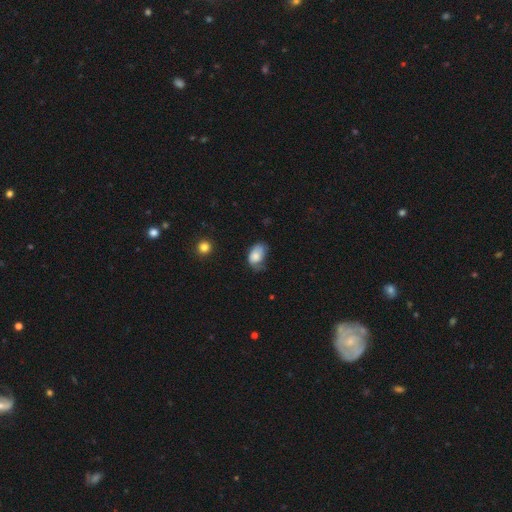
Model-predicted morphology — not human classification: This appears to be a smooth galaxy with no disk features (76%) that is in between round and cigar-shaped (88%). Merging: minor disturbance (39%).